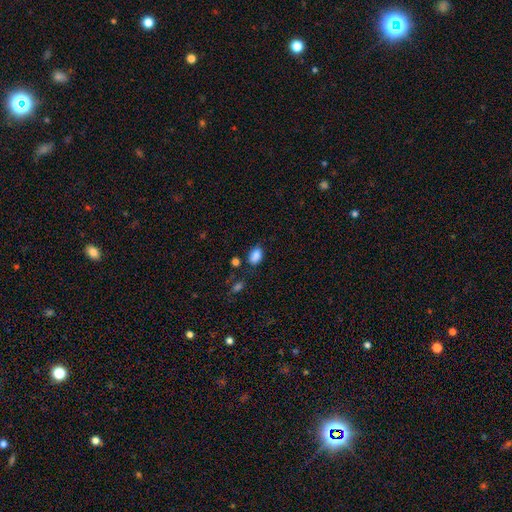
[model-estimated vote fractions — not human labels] The model was most divided on "merging": none: 67%, minor disturbance: 22%, merger: 6%, major disturbance: 5%. More confident: smooth or featured — smooth (86%); how rounded — in between (85%).